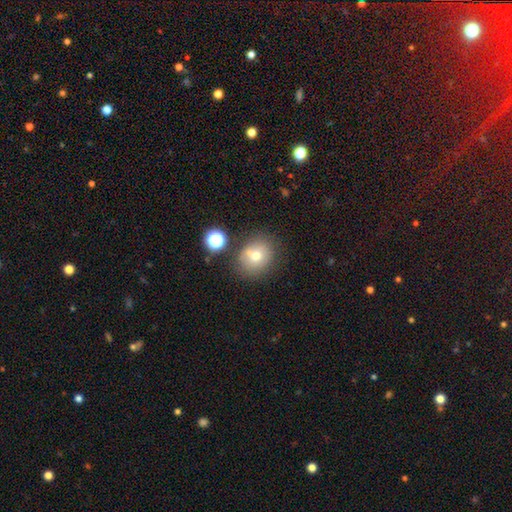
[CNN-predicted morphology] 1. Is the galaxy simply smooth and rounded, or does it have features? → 70% smooth, 16% featured or disk, 14% star or artifact.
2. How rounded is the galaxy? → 67% round, 32% in between, 1% cigar-shaped.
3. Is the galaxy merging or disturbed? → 67% none, 14% merger, 14% minor disturbance, 5% major disturbance.